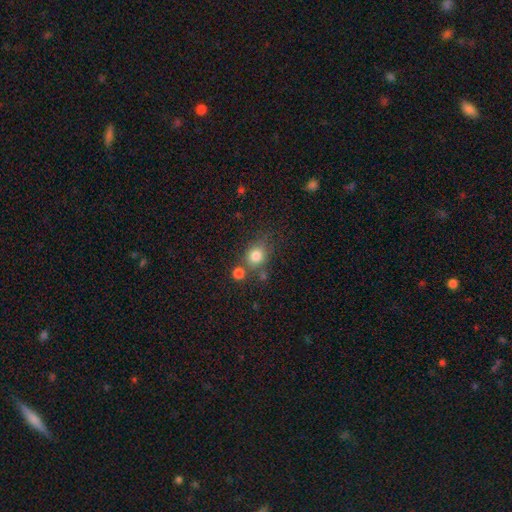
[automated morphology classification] smooth-or-featured: smooth: 80% | star or artifact: 12% | featured or disk: 8%
  how-rounded: round: 70% | in between: 28% | cigar-shaped: 1%
  merging: none: 61% | merger: 19% | minor disturbance: 14% | major disturbance: 6%